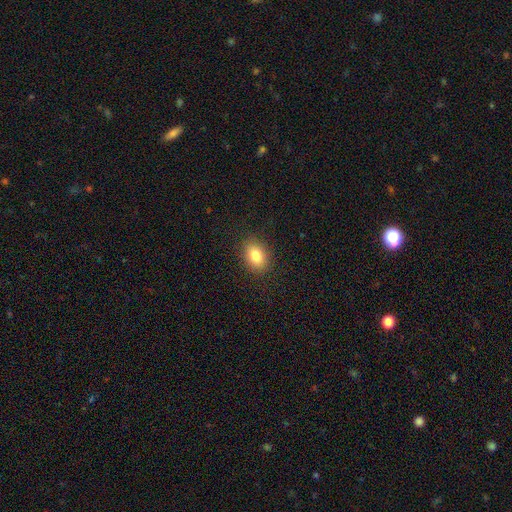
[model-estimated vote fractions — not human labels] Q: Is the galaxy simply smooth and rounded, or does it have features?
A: smooth — 84%.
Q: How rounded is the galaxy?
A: in between — 77%.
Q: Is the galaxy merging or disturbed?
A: none — 87%.